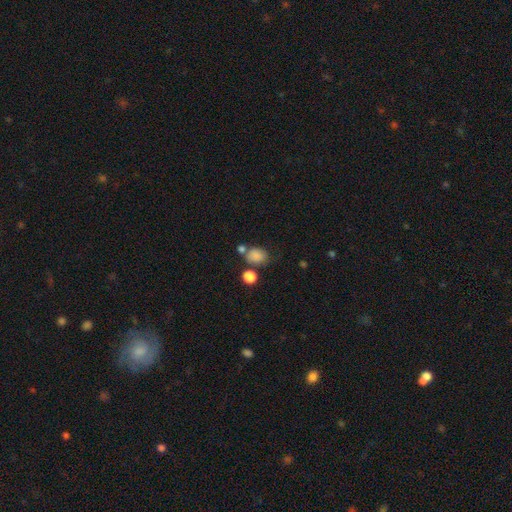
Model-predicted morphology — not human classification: Smooth or featured?
  - smooth: 81% *
  - star or artifact: 11%
  - featured or disk: 8%
How rounded?
  - in between: 56% *
  - round: 43%
  - cigar-shaped: 1%
Merging?
  - none: 53% *
  - merger: 21%
  - minor disturbance: 18%
  - major disturbance: 8%